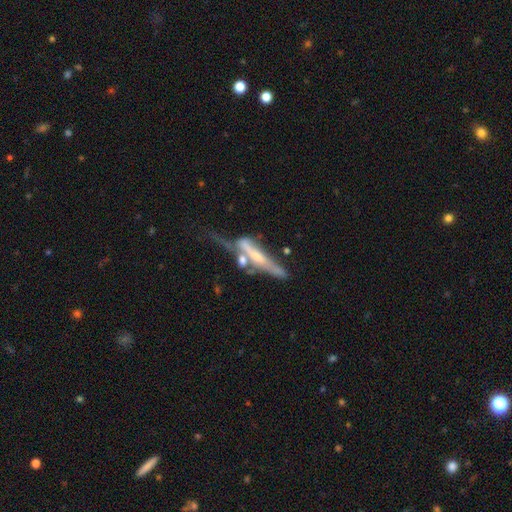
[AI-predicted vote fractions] Q: Smooth or featured?
A: featured or disk (64%); runner-up: smooth (28%)
Q: Edge-on disk?
A: yes (74%); runner-up: no (26%)
Q: Merging?
A: merger (34%); runner-up: major disturbance (25%)